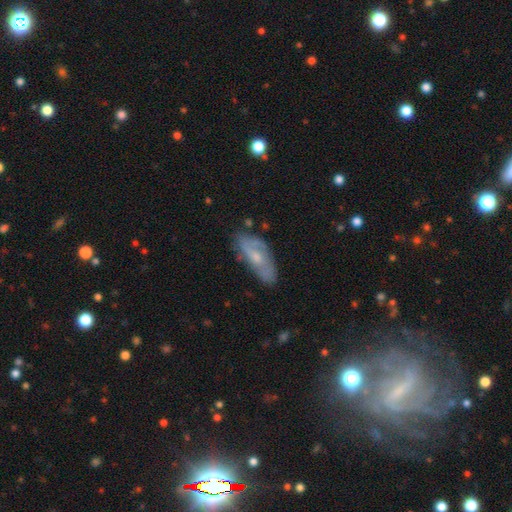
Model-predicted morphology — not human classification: A featured or disk galaxy (55%).

Vote fractions:
- Smooth or featured? featured or disk: 55% / smooth: 37% / star or artifact: 8%
- Edge-on disk? no: 83% / yes: 17%
- Merging? none: 66% / minor disturbance: 24% / major disturbance: 7% / merger: 2%